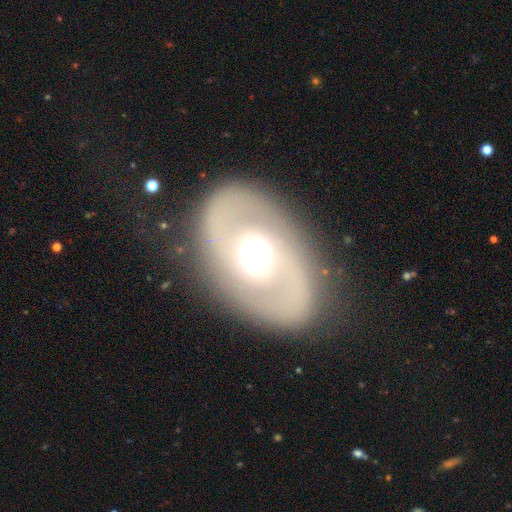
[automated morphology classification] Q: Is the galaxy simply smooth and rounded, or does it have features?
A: featured or disk — 62%.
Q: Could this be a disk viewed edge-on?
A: no — 86%.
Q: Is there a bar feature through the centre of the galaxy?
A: no — 48%.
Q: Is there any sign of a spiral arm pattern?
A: no — 77%.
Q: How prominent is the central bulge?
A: moderate — 51%.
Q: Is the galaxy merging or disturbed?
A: none — 81%.